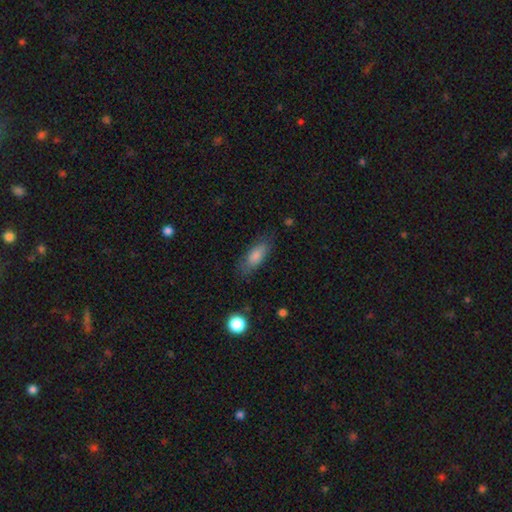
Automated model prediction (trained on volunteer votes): smooth_or_featured: smooth (p=0.78) [alt: featured or disk p=0.14]
how_rounded: in between (p=0.71) [alt: cigar-shaped p=0.26]
merging: none (p=0.78) [alt: minor disturbance p=0.16]